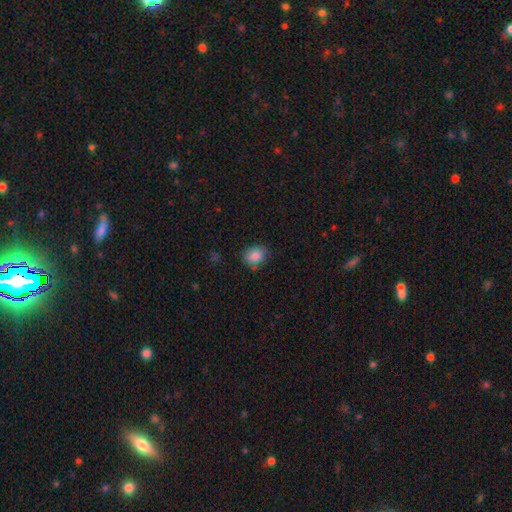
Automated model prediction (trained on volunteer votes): This is clearly a smooth galaxy (86%). How rounded: possibly in between (58%). Merging: likely none (76%).